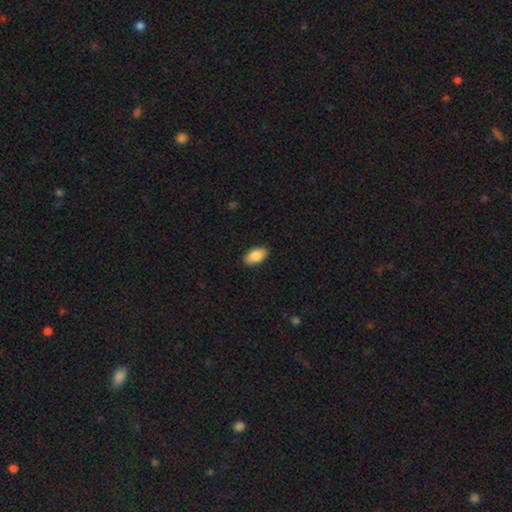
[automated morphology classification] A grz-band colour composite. It shows a smooth galaxy with no disk features (87%) that is in between round and cigar-shaped (94%). Merging: none (89%).